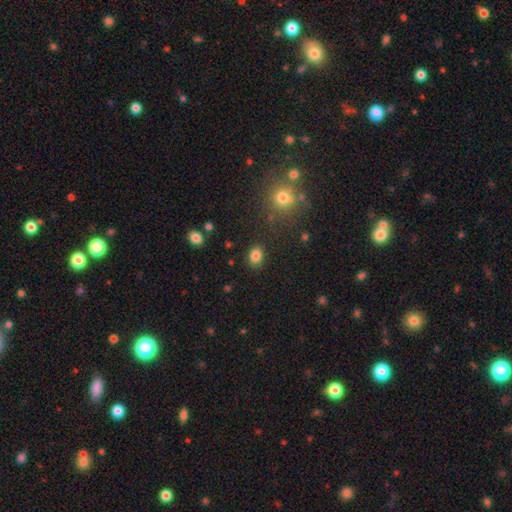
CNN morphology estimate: This is clearly a smooth galaxy (84%). How rounded: possibly in between (59%). Merging: clearly none (85%).